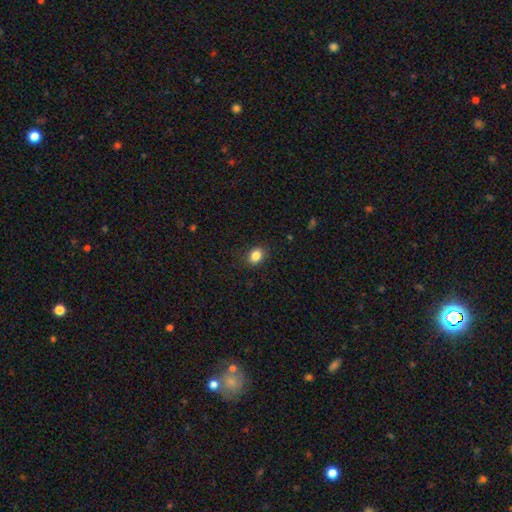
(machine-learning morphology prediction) Smooth or featured: smooth — 85% (star or artifact — 10%)
How rounded: in between — 60% (round — 39%)
Merging: none — 86% (minor disturbance — 10%)